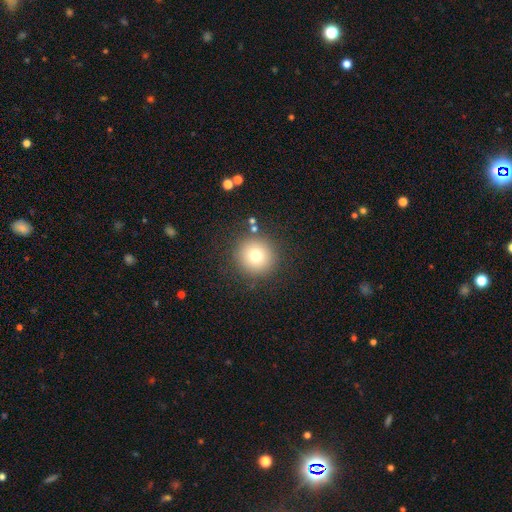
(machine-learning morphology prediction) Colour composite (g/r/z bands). It shows a smooth galaxy with no disk features (74%) that is round (95%). Merging: none (87%).